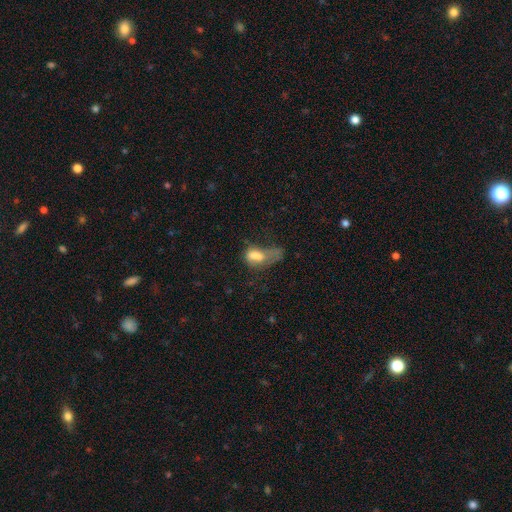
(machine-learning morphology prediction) This is likely a smooth galaxy (62%). How rounded: clearly in between (80%). Merging: possibly major disturbance (49%).